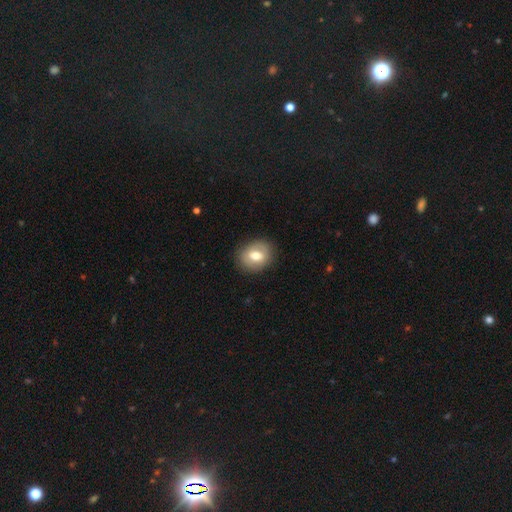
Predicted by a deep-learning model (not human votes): Morphology: type=smooth (66%); roundness=round (57%); merging=none (85%).